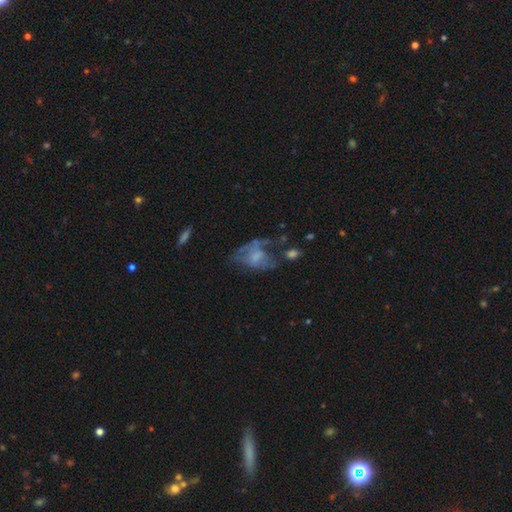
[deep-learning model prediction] Morphology: type=featured or disk (50%); edge-on=no (97%); merging=major disturbance (46%).